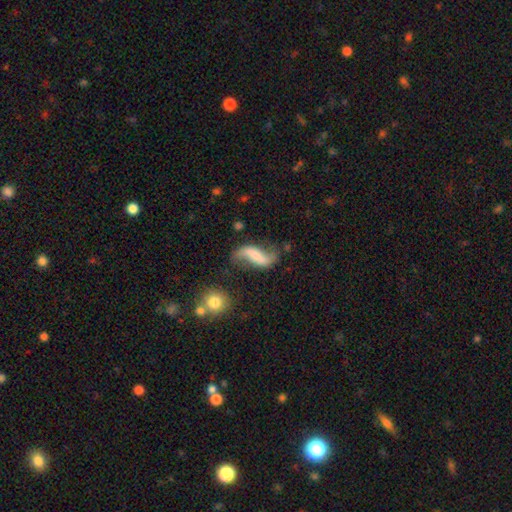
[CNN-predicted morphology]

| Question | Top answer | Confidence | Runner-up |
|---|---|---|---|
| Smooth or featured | featured or disk | 75% | smooth (19%) |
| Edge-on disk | no | 94% | yes (6%) |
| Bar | strong | 39% | weak (33%) |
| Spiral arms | yes | 91% | no (9%) |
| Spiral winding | loose | 90% | medium (8%) |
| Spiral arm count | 2 | 91% | 1 (4%) |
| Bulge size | none | 42% | small (29%) |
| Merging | none | 62% | minor disturbance (20%) |